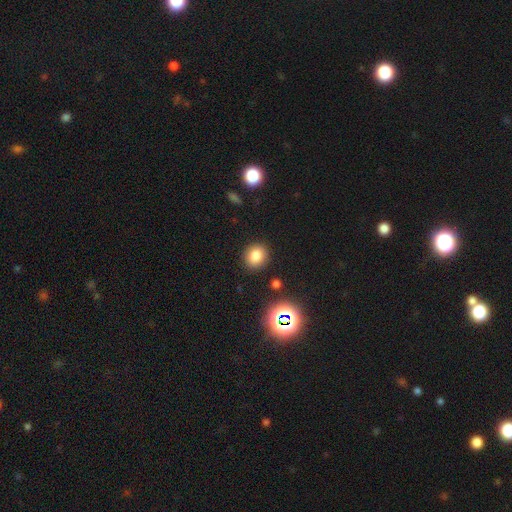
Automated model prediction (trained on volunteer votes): Smooth or featured: smooth — 80% (star or artifact — 13%)
How rounded: round — 73% (in between — 26%)
Merging: none — 88% (minor disturbance — 7%)